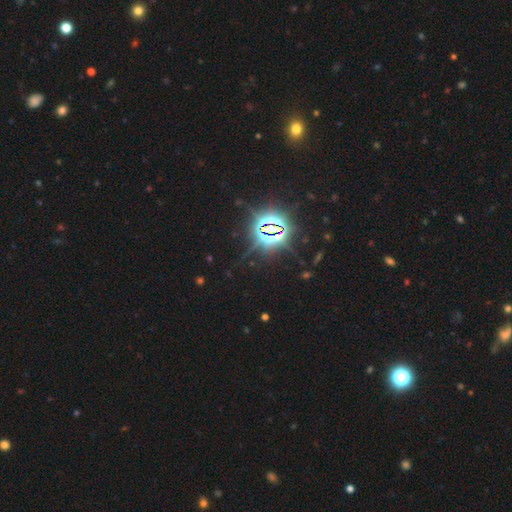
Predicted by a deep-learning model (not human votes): Smooth or featured? Predicted: star or artifact (p=0.85).